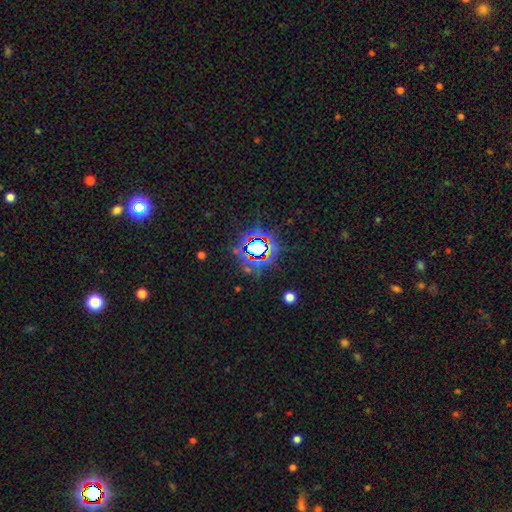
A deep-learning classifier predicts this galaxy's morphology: This appears to be a star or artifact, not a galaxy (78%).